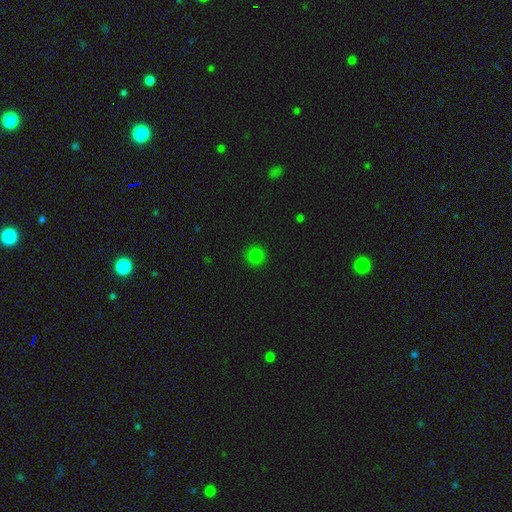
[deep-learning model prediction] Smooth or featured? smooth (81%)
How rounded? round (93%)
Merging? none (91%)